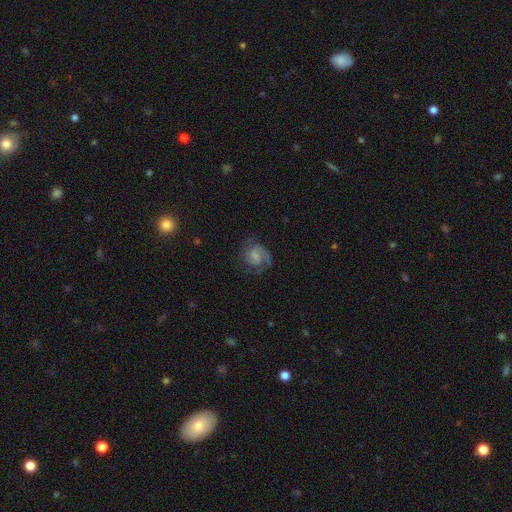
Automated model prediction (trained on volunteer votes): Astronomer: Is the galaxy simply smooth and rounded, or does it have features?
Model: featured or disk — 71%.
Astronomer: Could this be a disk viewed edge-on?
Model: no — 98%.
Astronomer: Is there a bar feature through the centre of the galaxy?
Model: weak — 47% (runner-up: no, 44%).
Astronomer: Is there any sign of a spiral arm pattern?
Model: yes — 94%.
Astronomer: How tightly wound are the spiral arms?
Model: medium — 47% (runner-up: tight, 35%).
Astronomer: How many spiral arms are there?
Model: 2 — 55% (runner-up: 1, 30%).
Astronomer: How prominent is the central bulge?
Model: small — 39% (runner-up: none, 36%).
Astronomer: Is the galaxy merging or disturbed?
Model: none — 64%.